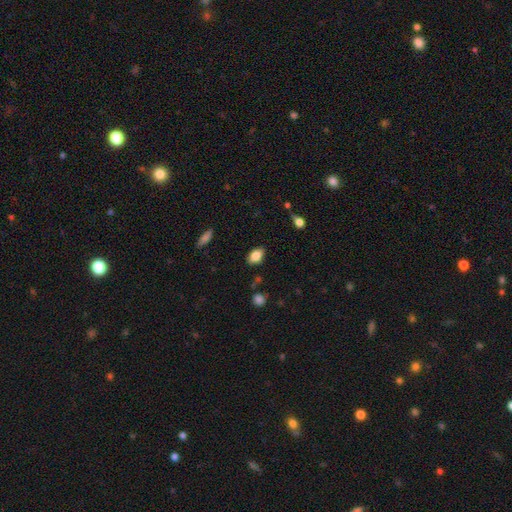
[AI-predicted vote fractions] Q: Smooth or featured?
A: smooth (83%); runner-up: featured or disk (9%)
Q: How rounded?
A: in between (87%); runner-up: round (11%)
Q: Merging?
A: none (83%); runner-up: minor disturbance (13%)